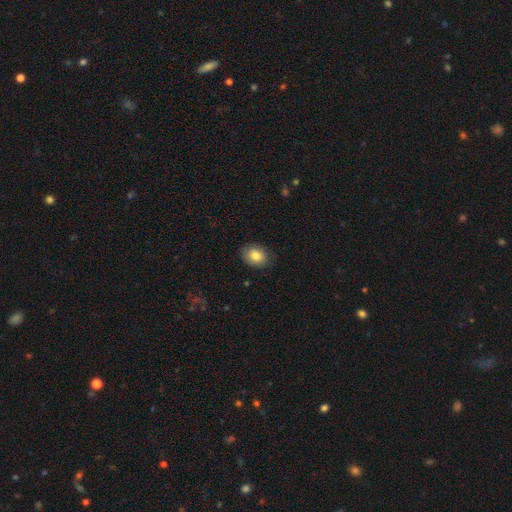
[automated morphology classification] Smooth or featured: smooth — 82% (featured or disk — 9%)
How rounded: in between — 59% (round — 40%)
Merging: none — 85% (minor disturbance — 11%)